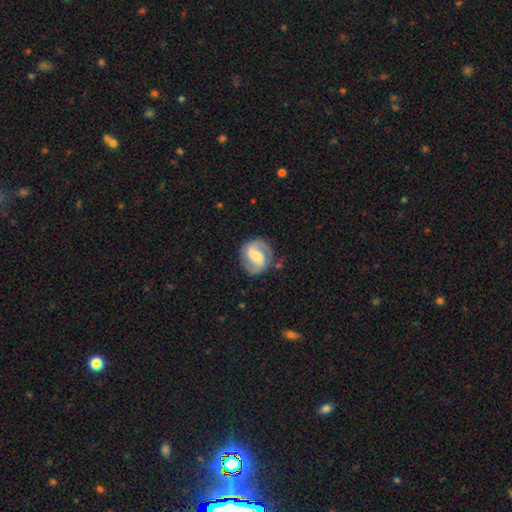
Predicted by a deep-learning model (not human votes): smooth-or-featured: featured or disk: 79% | smooth: 15% | star or artifact: 6%
  disk-edge-on: no: 98% | yes: 2%
    bar: weak: 49% | strong: 31% | no: 21%
    has-spiral-arms: yes: 95% | no: 5%
      spiral-winding: medium: 50% | loose: 28% | tight: 22%
      spiral-arm-count: 2: 90% | can't tell: 4% | 1: 3% | 3: 1% | 4: 1% | more than 4: 1%
    bulge-size: moderate: 32% | small: 25% | none: 23% | large: 18% | dominant: 3%
  merging: none: 77% | minor disturbance: 15% | major disturbance: 6% | merger: 2%